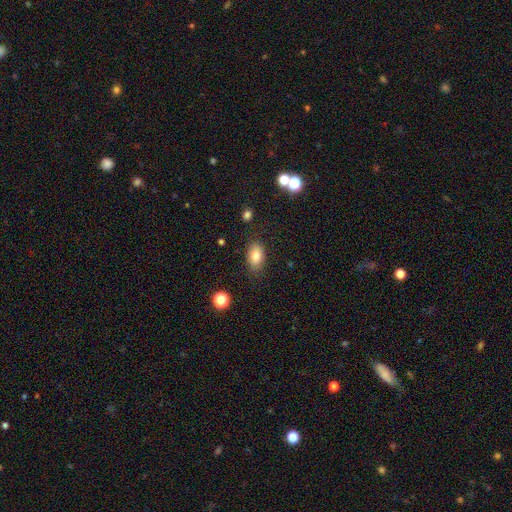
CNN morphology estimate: smooth 82%, star or artifact 9%, featured or disk 9%. Down the decision tree: how rounded — in between (88%); merging — none (81%).